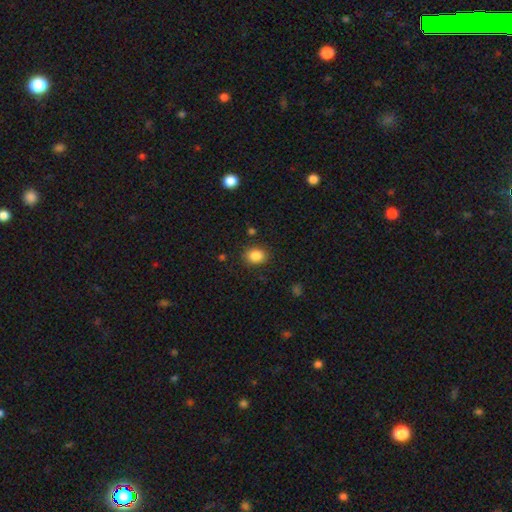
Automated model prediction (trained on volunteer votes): Q: Smooth or featured?
A: smooth (86%); runner-up: star or artifact (9%)
Q: How rounded?
A: in between (55%); runner-up: round (44%)
Q: Merging?
A: none (85%); runner-up: minor disturbance (10%)